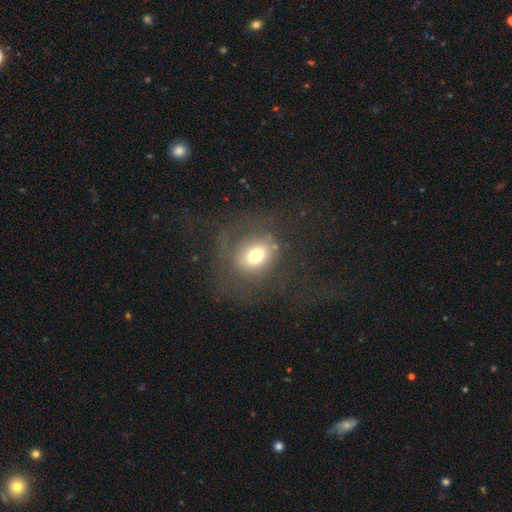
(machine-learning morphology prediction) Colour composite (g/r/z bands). It shows a smooth galaxy with no disk features (63%) that is round (68%). Merging: none (60%).